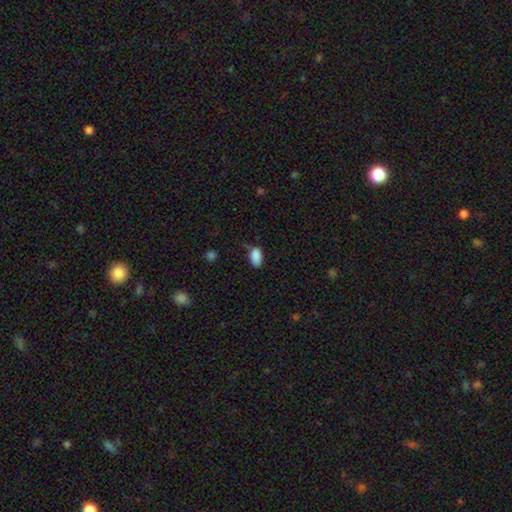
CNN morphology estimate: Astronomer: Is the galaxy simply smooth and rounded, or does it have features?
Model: smooth — 87%.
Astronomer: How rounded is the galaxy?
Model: in between — 92%.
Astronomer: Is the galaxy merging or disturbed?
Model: none — 58%.